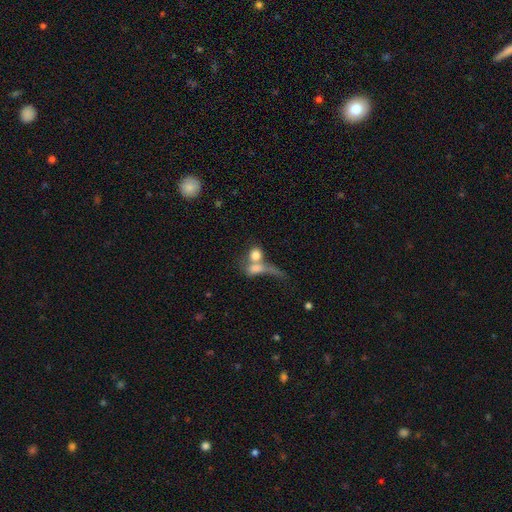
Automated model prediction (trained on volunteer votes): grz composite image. It shows a smooth galaxy with no disk features (70%) that is round (54%). Merging: merger (60%).